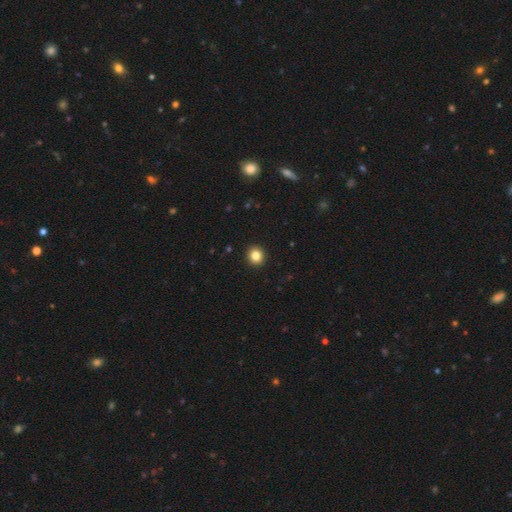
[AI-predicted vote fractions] smooth-or-featured: smooth: 84% | star or artifact: 11% | featured or disk: 5%
  how-rounded: round: 92% | in between: 7% | cigar-shaped: 1%
  merging: none: 94% | minor disturbance: 4% | major disturbance: 1% | merger: 1%